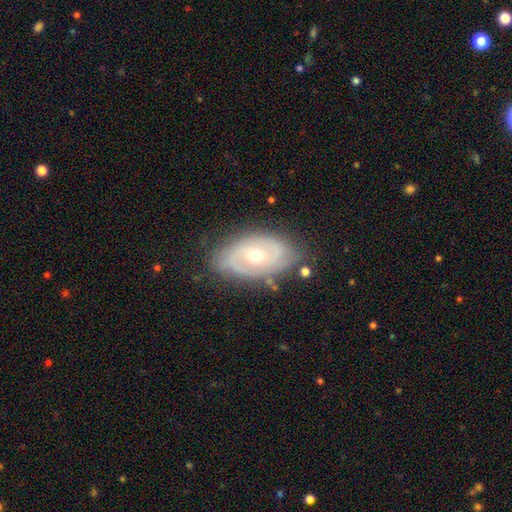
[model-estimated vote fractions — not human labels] This appears to be a featured or disk galaxy (77%) with no bar (70%), 2 (51%) tight (62%) spiral arms (83%) and a moderate central bulge (55%). Merging: none (75%).